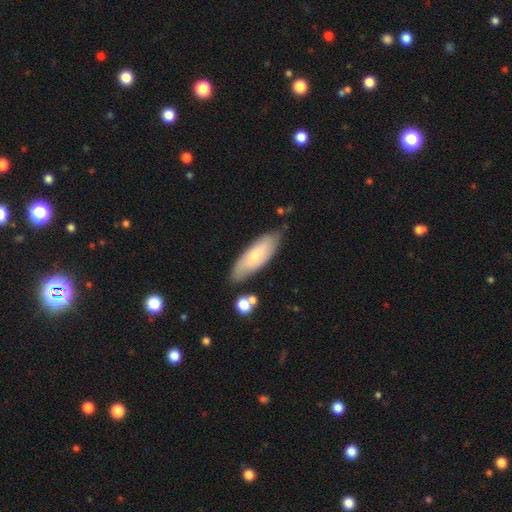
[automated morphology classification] Smooth or featured? Predicted: smooth (p=0.62). How rounded? Predicted: in between (p=0.59). Merging? Predicted: none (p=0.75).